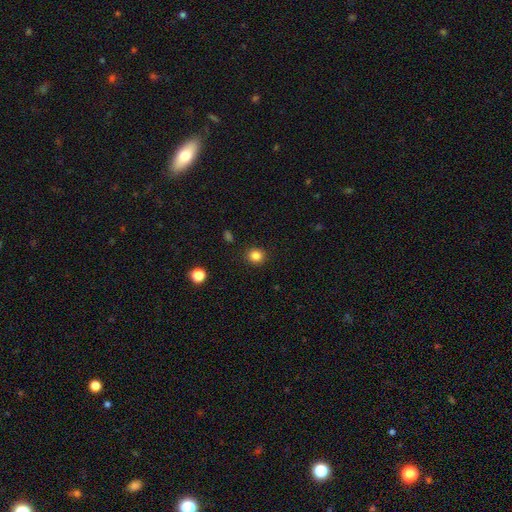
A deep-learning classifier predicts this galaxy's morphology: smooth 84%, star or artifact 12%, featured or disk 4%. Down the decision tree: how rounded — round (87%); merging — none (90%).